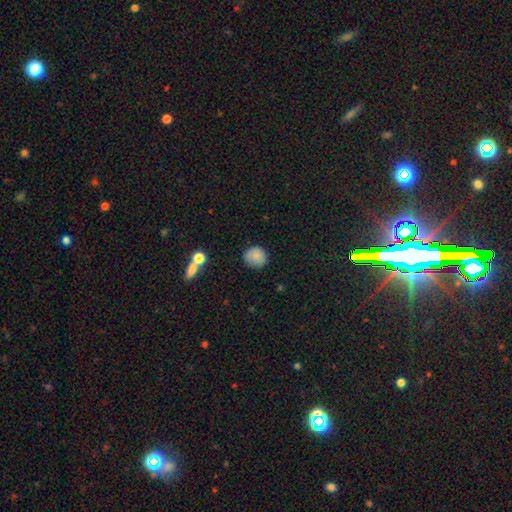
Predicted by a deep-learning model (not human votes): Smooth or featured?
  - smooth: 84% *
  - star or artifact: 9%
  - featured or disk: 7%
How rounded?
  - round: 83% *
  - in between: 16%
  - cigar-shaped: 1%
Merging?
  - none: 79% *
  - minor disturbance: 14%
  - major disturbance: 3%
  - merger: 3%